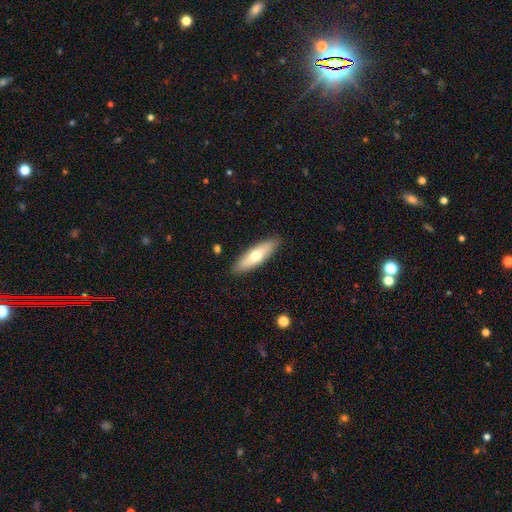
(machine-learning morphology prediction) Smooth or featured: smooth — 63% (featured or disk — 32%)
How rounded: cigar-shaped — 52% (in between — 46%)
Merging: none — 89% (minor disturbance — 8%)